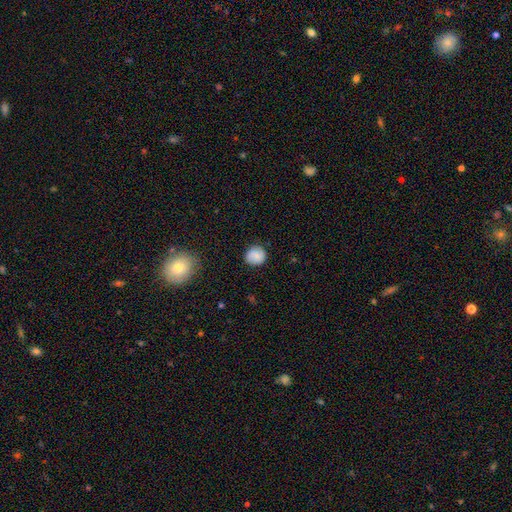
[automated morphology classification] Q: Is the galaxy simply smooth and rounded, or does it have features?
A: smooth — 77%.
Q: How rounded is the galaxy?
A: round — 87%.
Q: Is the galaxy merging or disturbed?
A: none — 82%.